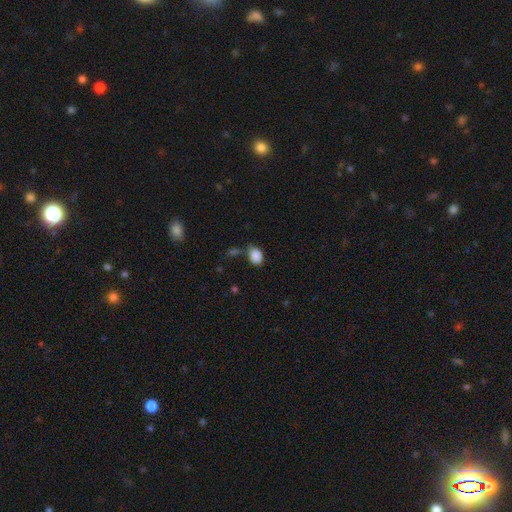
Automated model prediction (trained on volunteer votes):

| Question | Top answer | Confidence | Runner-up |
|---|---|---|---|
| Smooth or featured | smooth | 87% | star or artifact (9%) |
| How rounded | in between | 78% | round (21%) |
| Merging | none | 61% | minor disturbance (23%) |